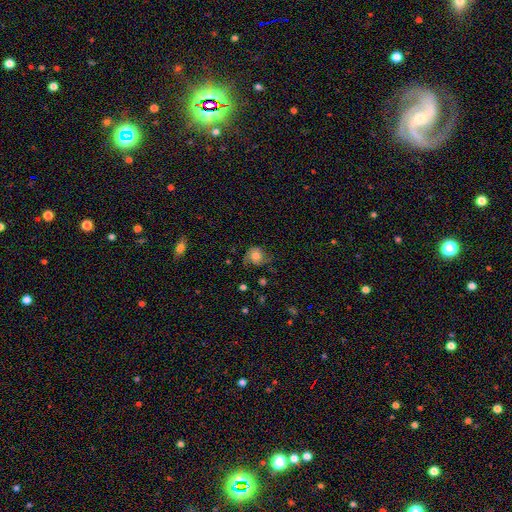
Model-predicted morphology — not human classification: featured or disk 47%, smooth 43%, star or artifact 10%. Down the decision tree: merging — none (58%).